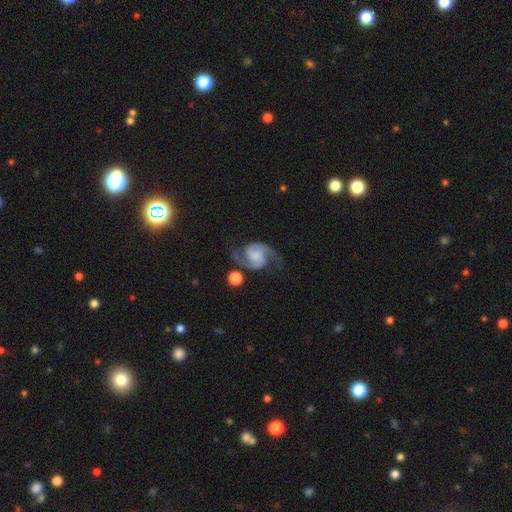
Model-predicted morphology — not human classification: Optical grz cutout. It shows a featured or disk galaxy (90%) with no bar (59%), 2 (95%) medium (55%) spiral arms (98%) and no central bulge (43%). Merging: none (75%).